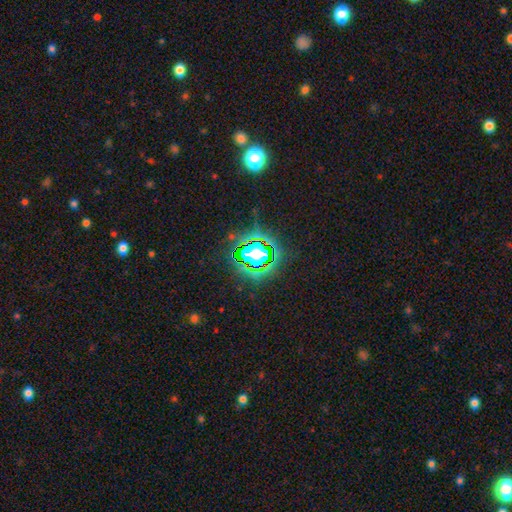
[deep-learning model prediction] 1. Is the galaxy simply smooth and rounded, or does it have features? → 81% star or artifact, 12% smooth, 7% featured or disk.